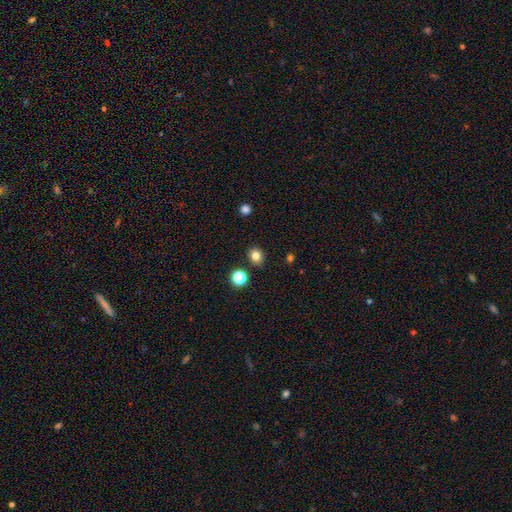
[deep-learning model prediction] A smooth galaxy with no disk features (81%) that is round (72%).

Vote fractions:
- Smooth or featured? smooth: 81% / star or artifact: 13% / featured or disk: 5%
- How rounded? round: 72% / in between: 28% / cigar-shaped: 1%
- Merging? none: 87% / minor disturbance: 7% / merger: 3% / major disturbance: 2%